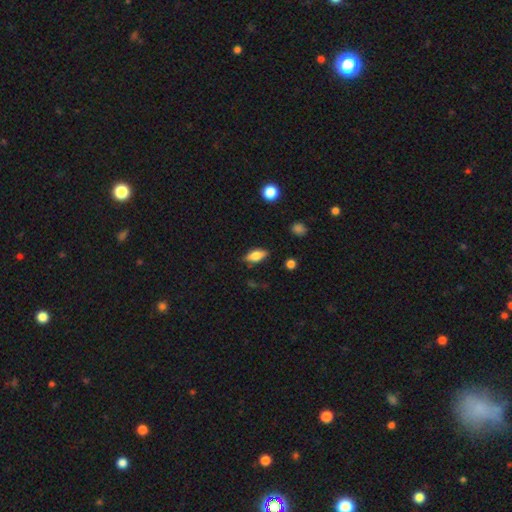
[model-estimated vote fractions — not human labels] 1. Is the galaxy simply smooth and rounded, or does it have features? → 72% smooth, 20% featured or disk, 8% star or artifact.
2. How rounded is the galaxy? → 82% in between, 14% cigar-shaped, 4% round.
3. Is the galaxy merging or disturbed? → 79% none, 16% minor disturbance, 3% major disturbance, 2% merger.